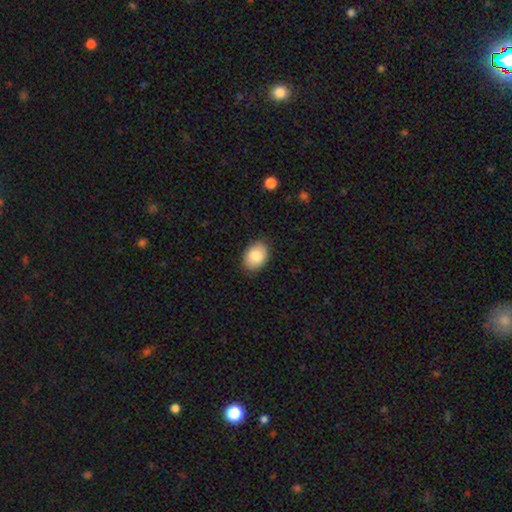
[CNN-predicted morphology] This is clearly a smooth galaxy (85%). How rounded: likely in between (78%). Merging: clearly none (85%).